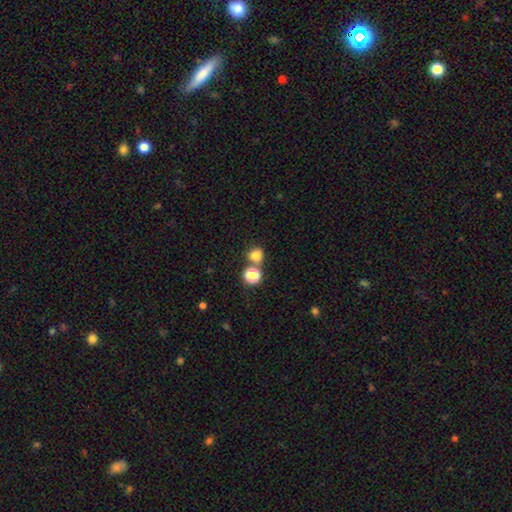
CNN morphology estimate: Smooth or featured? smooth (80%)
How rounded? round (79%)
Merging? none (62%)